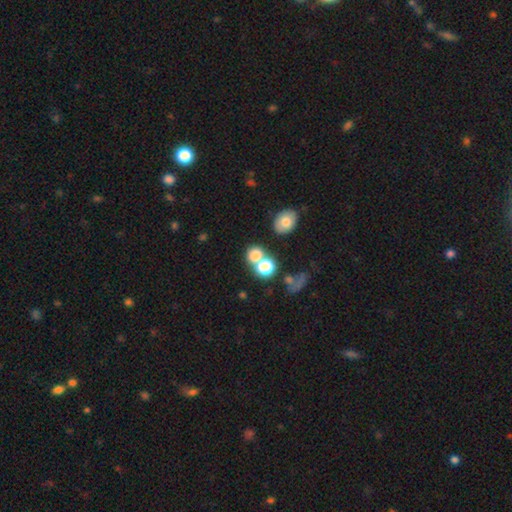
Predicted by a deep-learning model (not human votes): Smooth or featured? smooth (74%)
How rounded? round (73%)
Merging? none (48%)